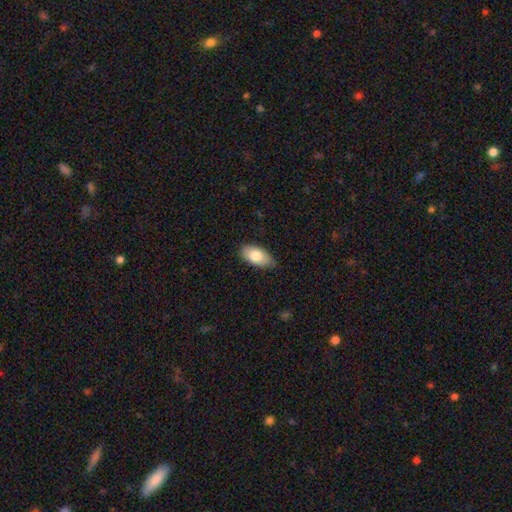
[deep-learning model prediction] Q: Smooth or featured?
A: smooth (79%); runner-up: featured or disk (14%)
Q: How rounded?
A: in between (93%); runner-up: cigar-shaped (4%)
Q: Merging?
A: none (81%); runner-up: minor disturbance (16%)